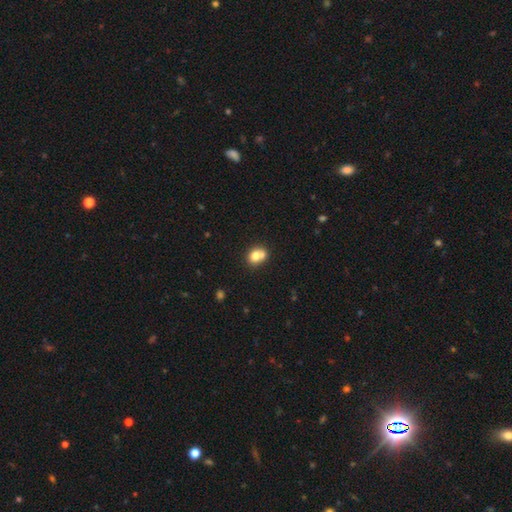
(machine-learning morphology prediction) Q: Smooth or featured?
A: smooth (74%); runner-up: featured or disk (16%)
Q: How rounded?
A: round (61%); runner-up: in between (38%)
Q: Merging?
A: merger (44%); runner-up: none (41%)